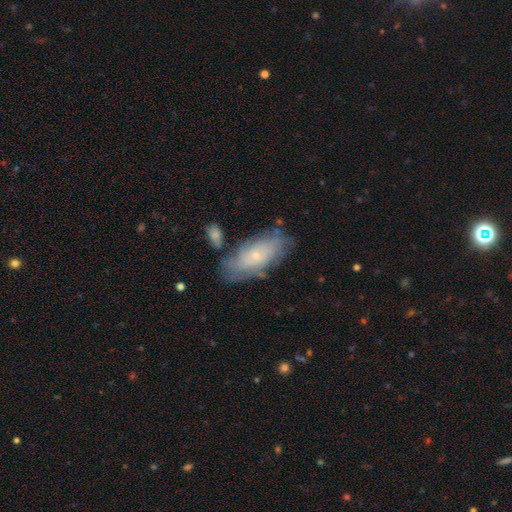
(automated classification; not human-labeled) Overall: featured or disk (51%; smooth 42%). Edge-on disk: no (89%). Merging: none (64%).